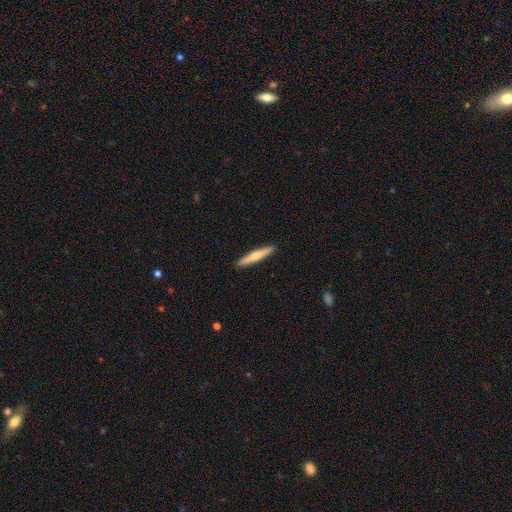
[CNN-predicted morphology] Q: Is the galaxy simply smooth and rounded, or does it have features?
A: smooth — 60%.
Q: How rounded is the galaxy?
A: cigar-shaped — 94%.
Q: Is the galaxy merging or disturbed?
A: none — 92%.